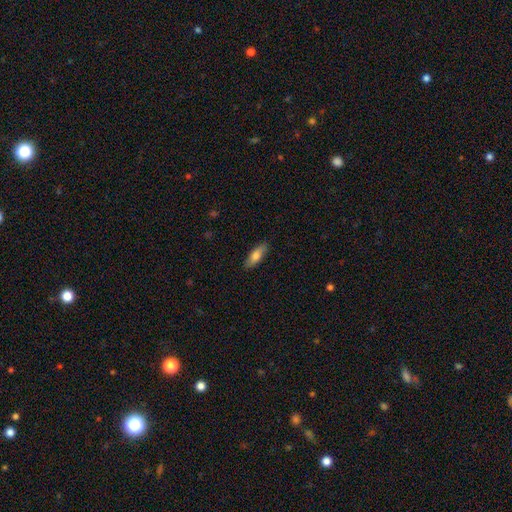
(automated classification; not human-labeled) A smooth galaxy with no disk features (74%) that is in between round and cigar-shaped (61%). Merging: none (87%).